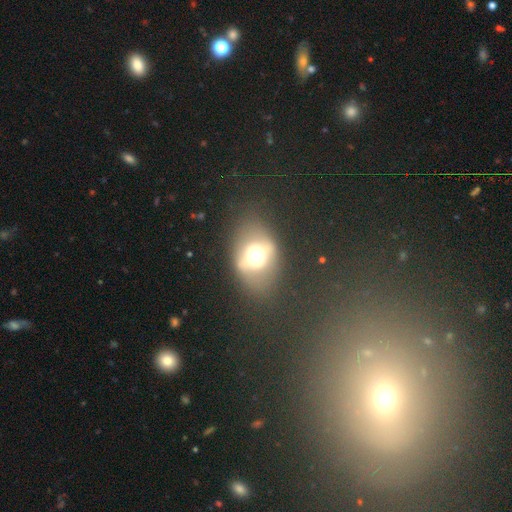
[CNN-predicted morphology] A smooth galaxy with no disk features (54%) that is in between round and cigar-shaped (63%). Merging: none (62%).